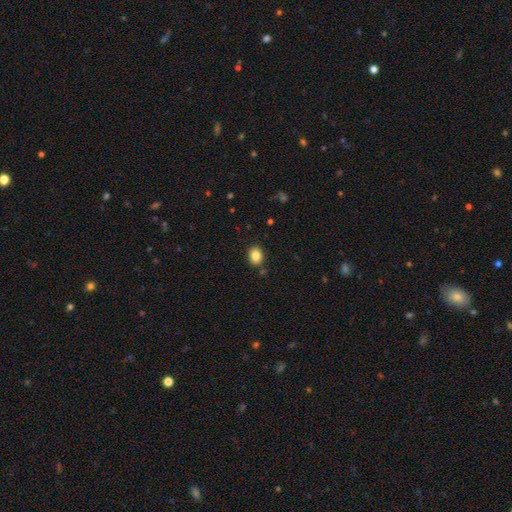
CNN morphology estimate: Smooth or featured? smooth (84%)
How rounded? in between (55%)
Merging? none (85%)